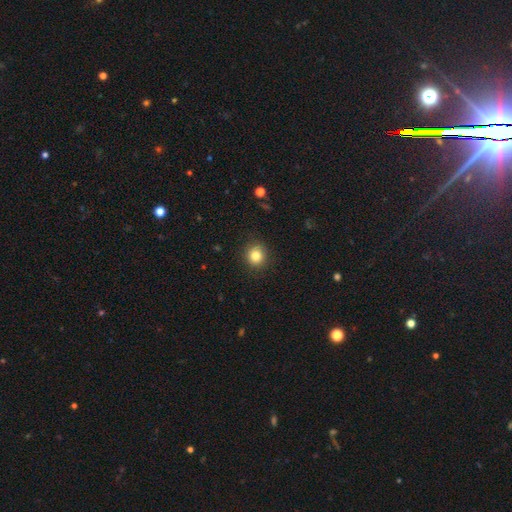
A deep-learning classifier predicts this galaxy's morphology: The model was most divided on "smooth or featured": smooth: 83%, star or artifact: 11%, featured or disk: 6%. More confident: merging — none (90%); how rounded — round (88%).